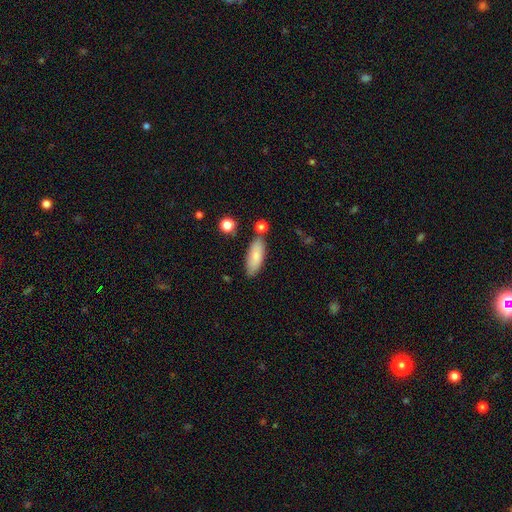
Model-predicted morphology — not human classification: Smooth or featured? smooth (81%)
How rounded? in between (67%)
Merging? none (77%)